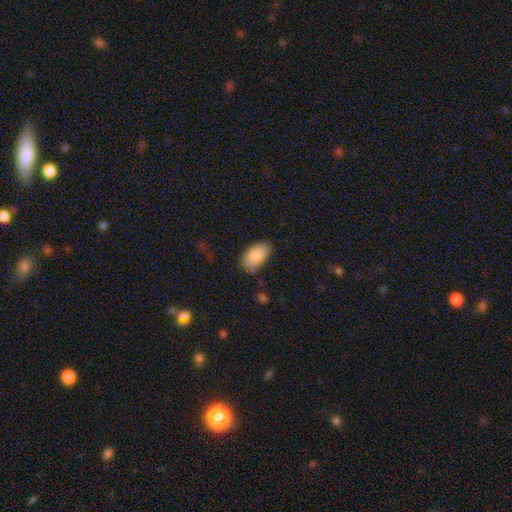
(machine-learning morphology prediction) type=smooth (86%); roundness=in between (94%); merging=none (78%).